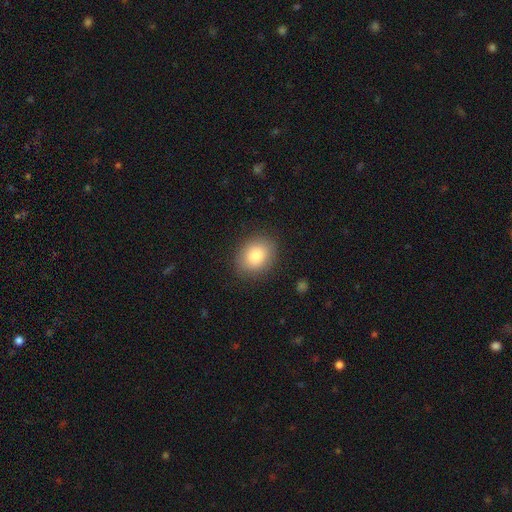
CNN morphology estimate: This appears to be a smooth galaxy with no disk features (82%) that is in between round and cigar-shaped (55%). Merging: none (87%).